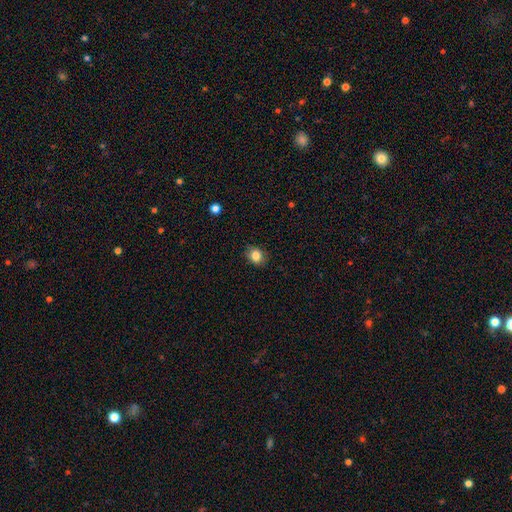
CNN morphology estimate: A smooth galaxy with no disk features (84%) that is round (53%).

Vote fractions:
- Smooth or featured? smooth: 84% / star or artifact: 10% / featured or disk: 6%
- How rounded? round: 53% / in between: 46% / cigar-shaped: 1%
- Merging? none: 86% / minor disturbance: 11% / major disturbance: 2% / merger: 1%